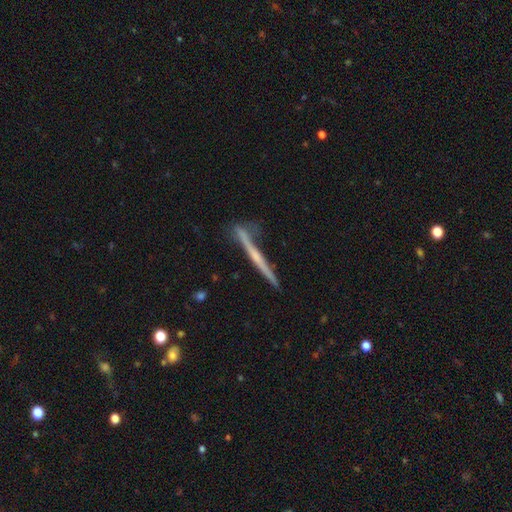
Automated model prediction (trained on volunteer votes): smooth-or-featured: featured or disk: 69% | smooth: 24% | star or artifact: 6%
  disk-edge-on: yes: 97% | no: 3%
    edge-on-bulge: none: 51% | rounded: 40% | boxy: 8%
  merging: none: 79% | minor disturbance: 14% | merger: 4% | major disturbance: 3%